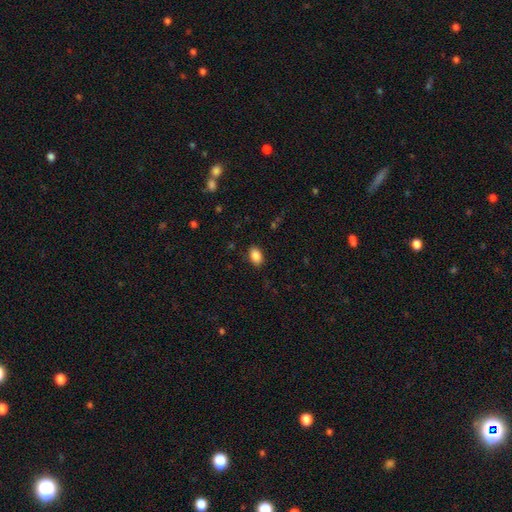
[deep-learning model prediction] Smooth or featured: smooth — 87% (star or artifact — 8%)
How rounded: in between — 87% (round — 12%)
Merging: none — 87% (minor disturbance — 9%)